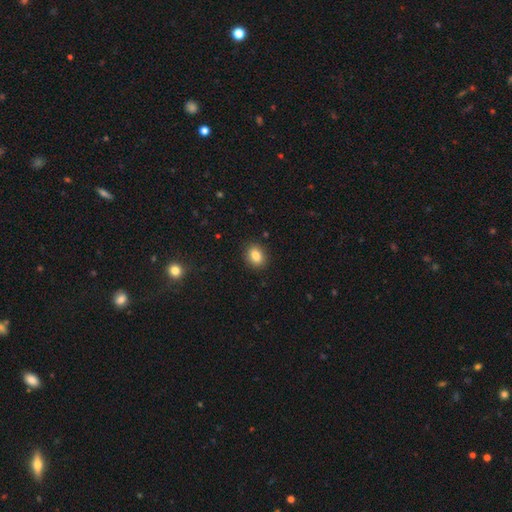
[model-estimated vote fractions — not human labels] smooth 84%, star or artifact 10%, featured or disk 6%. Down the decision tree: how rounded — round (50%); merging — none (89%).